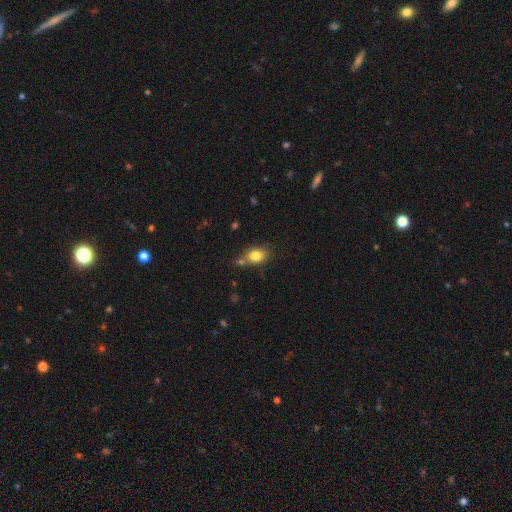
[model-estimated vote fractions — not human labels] Smooth or featured? smooth (82%)
How rounded? in between (65%)
Merging? none (65%)